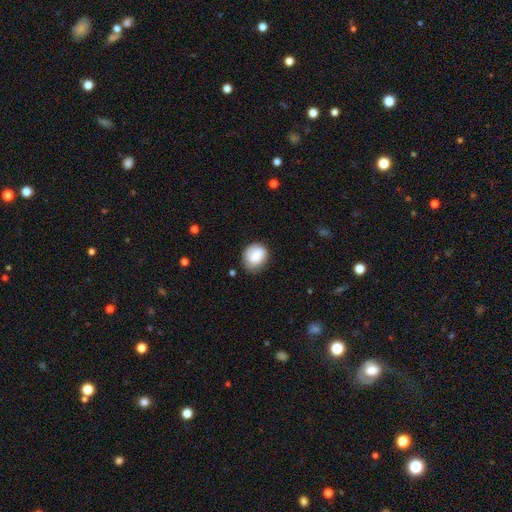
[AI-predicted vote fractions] Smooth or featured? Predicted: smooth (p=0.78). How rounded? Predicted: round (p=0.69). Merging? Predicted: none (p=0.72).